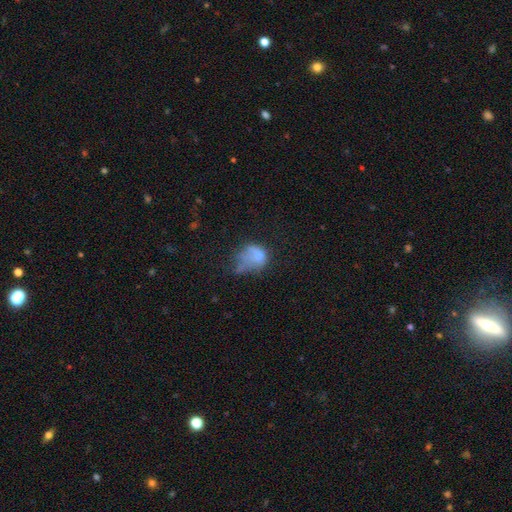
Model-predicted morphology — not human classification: Smooth or featured?
  - smooth: 57% *
  - featured or disk: 28%
  - star or artifact: 15%
How rounded?
  - in between: 63% *
  - round: 36%
  - cigar-shaped: 1%
Merging?
  - major disturbance: 42% *
  - none: 23%
  - minor disturbance: 23%
  - merger: 13%